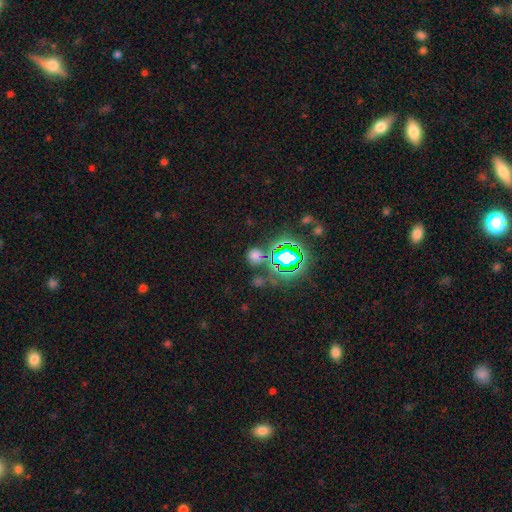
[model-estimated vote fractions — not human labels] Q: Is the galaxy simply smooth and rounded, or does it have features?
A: smooth — 52%.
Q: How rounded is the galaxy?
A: round — 82%.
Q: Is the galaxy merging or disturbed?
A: none — 76%.